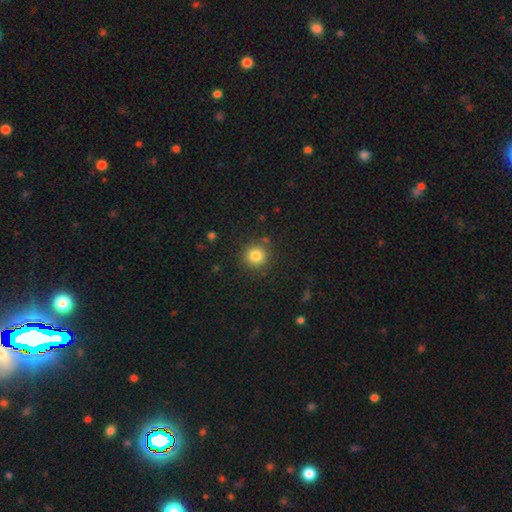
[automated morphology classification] smooth_or_featured: smooth (p=0.82) [alt: star or artifact p=0.12]
how_rounded: round (p=0.94) [alt: in between p=0.05]
merging: none (p=0.87) [alt: minor disturbance p=0.08]